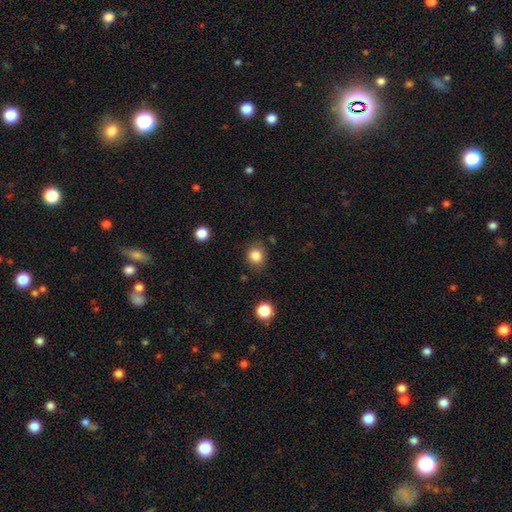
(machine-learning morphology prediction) smooth_or_featured: smooth (p=0.84) [alt: star or artifact p=0.11]
how_rounded: round (p=0.81) [alt: in between p=0.18]
merging: none (p=0.81) [alt: minor disturbance p=0.13]